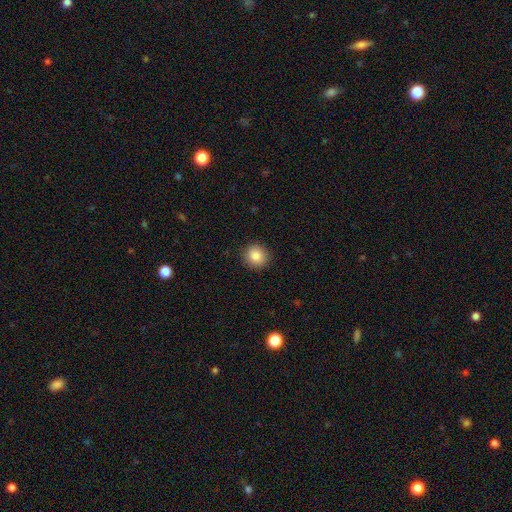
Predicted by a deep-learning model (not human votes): smooth 86%, star or artifact 9%, featured or disk 5%. Down the decision tree: how rounded — round (89%); merging — none (91%).